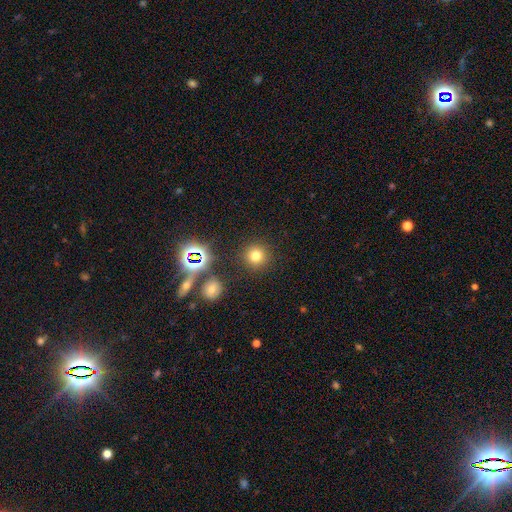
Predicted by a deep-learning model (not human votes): Smooth or featured?
  - smooth: 72% *
  - star or artifact: 21%
  - featured or disk: 7%
How rounded?
  - round: 94% *
  - in between: 5%
  - cigar-shaped: 1%
Merging?
  - none: 88% *
  - minor disturbance: 6%
  - merger: 3%
  - major disturbance: 3%